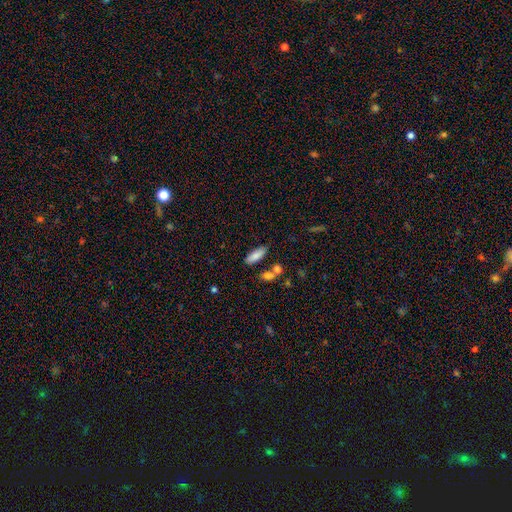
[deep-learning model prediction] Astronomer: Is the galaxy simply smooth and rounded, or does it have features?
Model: smooth — 84%.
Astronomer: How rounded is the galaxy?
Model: in between — 67%.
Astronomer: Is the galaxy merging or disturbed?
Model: none — 75%.